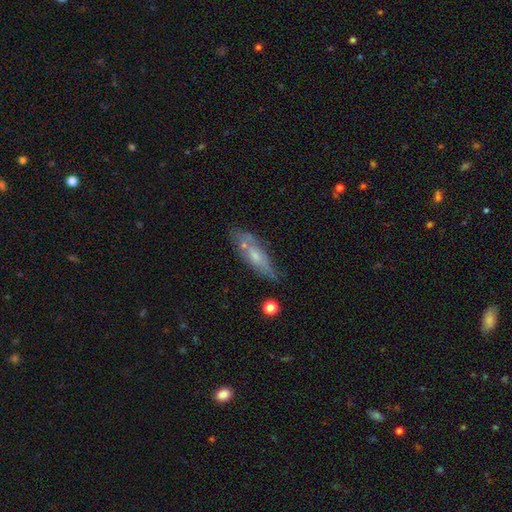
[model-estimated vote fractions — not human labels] Smooth or featured? featured or disk (49%)
Merging? none (60%)